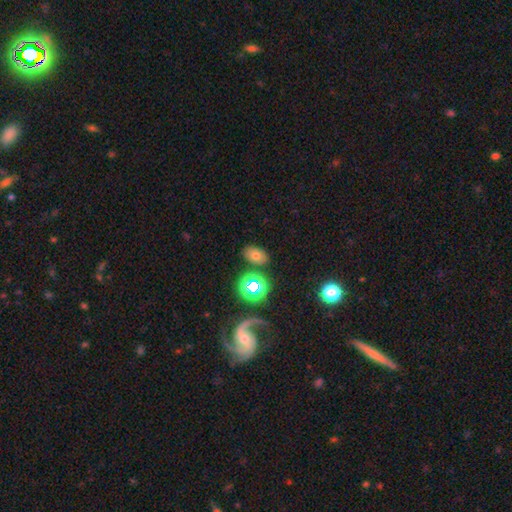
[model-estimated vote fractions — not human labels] smooth 62%, star or artifact 21%, featured or disk 16%. Down the decision tree: how rounded — in between (83%); merging — none (80%).